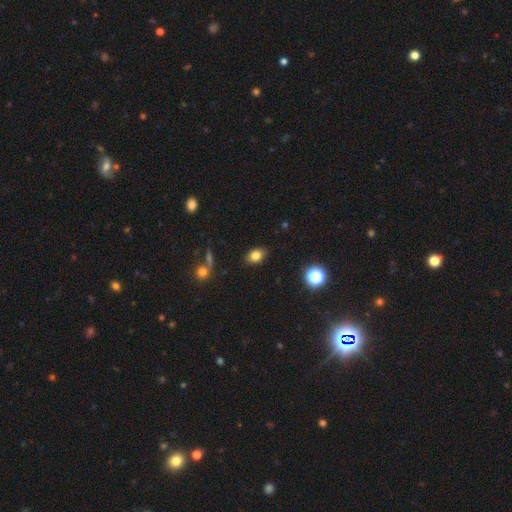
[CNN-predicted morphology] Smooth or featured?
  - smooth: 80% *
  - star or artifact: 12%
  - featured or disk: 8%
How rounded?
  - in between: 73% *
  - round: 26%
  - cigar-shaped: 1%
Merging?
  - none: 87% *
  - minor disturbance: 9%
  - major disturbance: 2%
  - merger: 2%